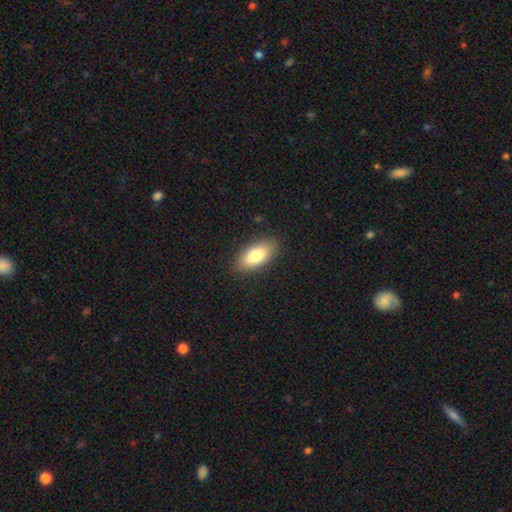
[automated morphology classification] smooth 82%, featured or disk 12%, star or artifact 7%. Down the decision tree: how rounded — in between (90%); merging — none (87%).